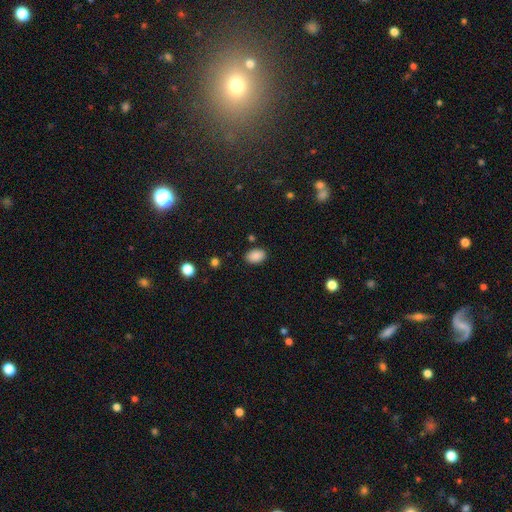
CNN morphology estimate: Smooth or featured? smooth (88%)
How rounded? in between (87%)
Merging? none (85%)